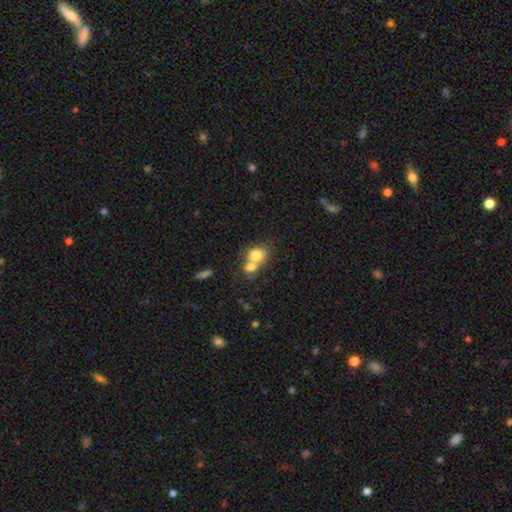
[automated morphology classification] smooth-or-featured: smooth: 78% | featured or disk: 12% | star or artifact: 10%
  how-rounded: round: 62% | in between: 37% | cigar-shaped: 1%
  merging: merger: 57% | none: 31% | minor disturbance: 8% | major disturbance: 4%